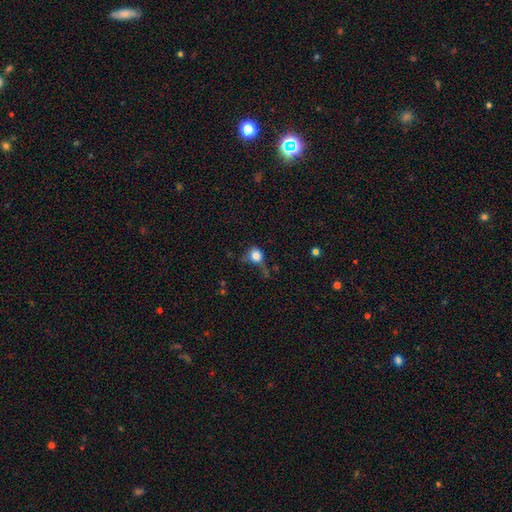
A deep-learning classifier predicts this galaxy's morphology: Smooth or featured?
  - smooth: 76% *
  - featured or disk: 12%
  - star or artifact: 12%
How rounded?
  - round: 66% *
  - in between: 32%
  - cigar-shaped: 2%
Merging?
  - major disturbance: 34% *
  - none: 33%
  - minor disturbance: 27%
  - merger: 6%